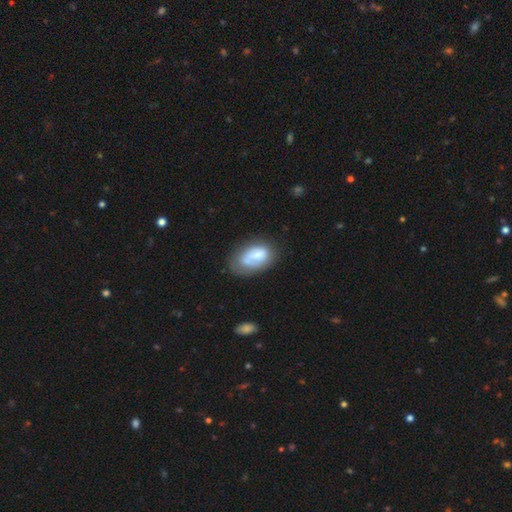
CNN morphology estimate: smooth_or_featured: smooth (p=0.60) [alt: featured or disk p=0.32]
how_rounded: in between (p=0.91) [alt: round p=0.07]
merging: none (p=0.53) [alt: minor disturbance p=0.28]